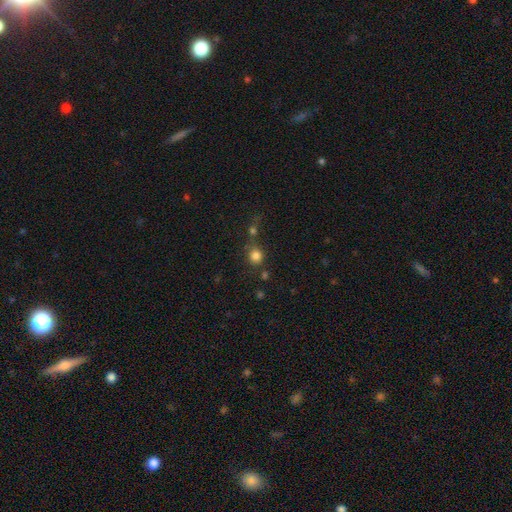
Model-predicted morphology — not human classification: This is clearly a smooth galaxy (80%). How rounded: clearly round (86%). Merging: likely none (62%).